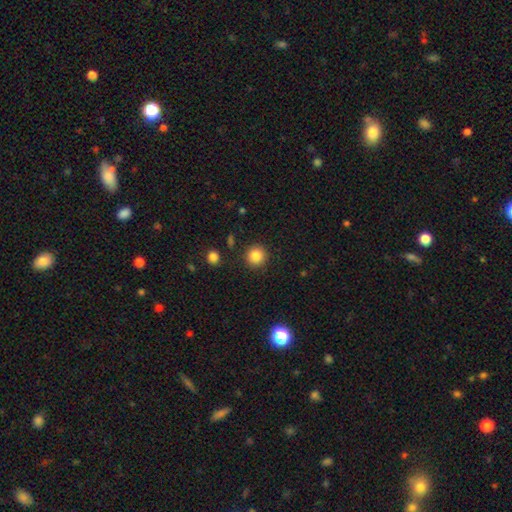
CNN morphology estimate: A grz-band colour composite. It shows a smooth galaxy with no disk features (85%) that is round (93%). Merging: none (89%).